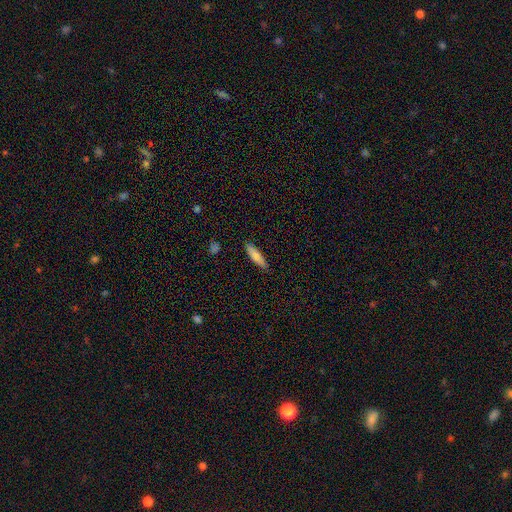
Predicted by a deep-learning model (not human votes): This appears to be a smooth galaxy with no disk features (80%) that is cigar-shaped (73%). Merging: none (88%).